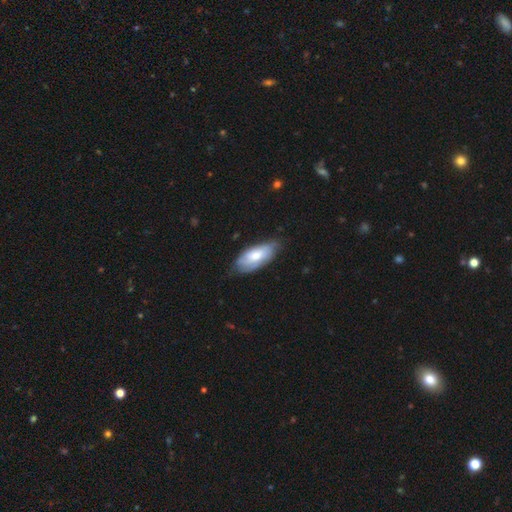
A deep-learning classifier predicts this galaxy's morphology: A smooth galaxy with no disk features (52%) that is in between round and cigar-shaped (86%).

Vote fractions:
- Smooth or featured? smooth: 52% / featured or disk: 42% / star or artifact: 6%
- How rounded? in between: 86% / cigar-shaped: 12% / round: 2%
- Merging? none: 63% / minor disturbance: 30% / major disturbance: 6% / merger: 1%